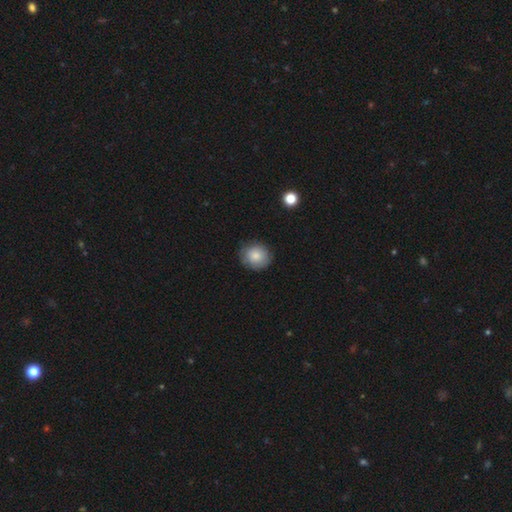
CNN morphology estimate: A smooth galaxy with no disk features (82%) that is round (83%). Merging: none (83%).